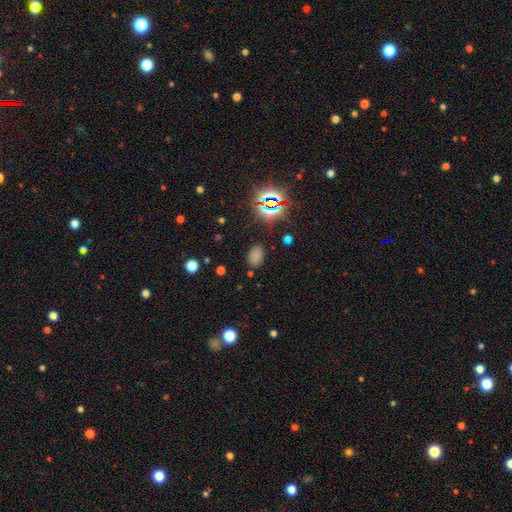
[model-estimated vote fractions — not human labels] smooth 67%, star or artifact 27%, featured or disk 6%. Down the decision tree: how rounded — in between (83%); merging — none (81%).